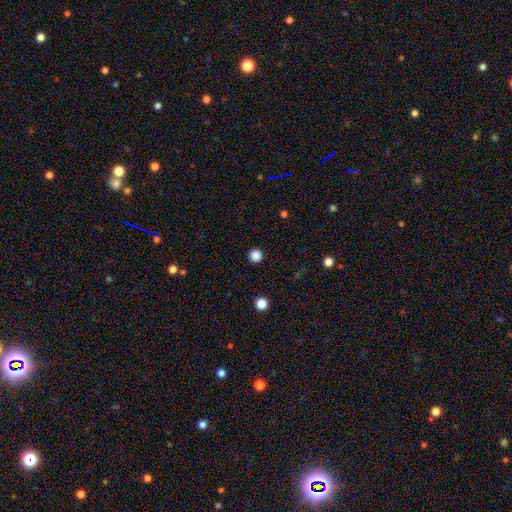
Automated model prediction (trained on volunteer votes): This is clearly a smooth galaxy (85%). How rounded: clearly round (96%). Merging: clearly none (93%).